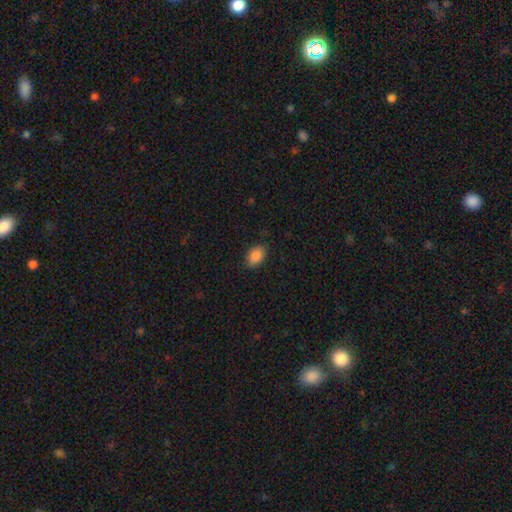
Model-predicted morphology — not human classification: Smooth or featured? Predicted: smooth (p=0.89). How rounded? Predicted: in between (p=0.86). Merging? Predicted: none (p=0.85).